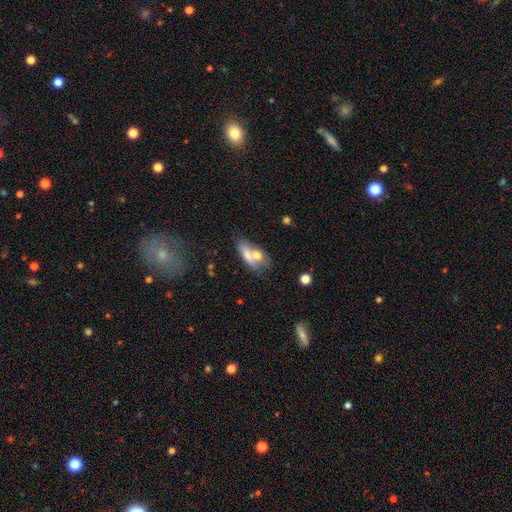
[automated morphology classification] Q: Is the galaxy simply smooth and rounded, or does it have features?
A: smooth — 66%.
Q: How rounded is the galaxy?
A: in between — 67%.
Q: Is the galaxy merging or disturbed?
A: merger — 49%.